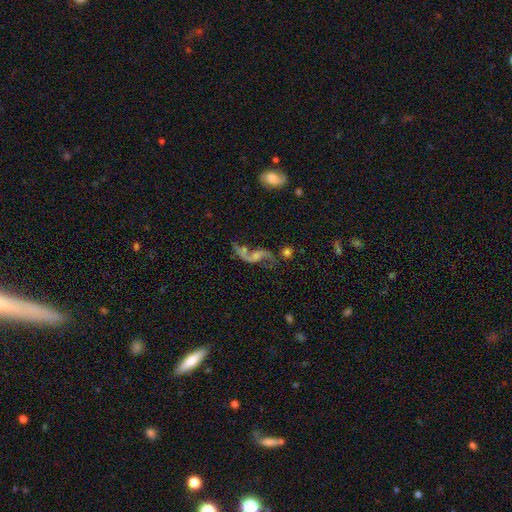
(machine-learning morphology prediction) featured or disk 81%, star or artifact 10%, smooth 9%. Down the decision tree: edge-on disk — no (95%); bar — no (48%); spiral arms — yes (91%); spiral arm count — 2 (89%); spiral winding — loose (85%); bulge size — small (45%); merging — none (53%).